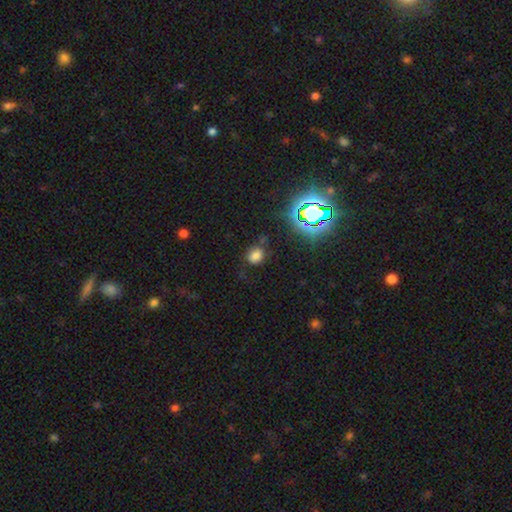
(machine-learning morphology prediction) The model was most divided on "how rounded": round: 56%, in between: 43%, cigar-shaped: 1%. More confident: merging — none (71%); smooth or featured — smooth (68%).